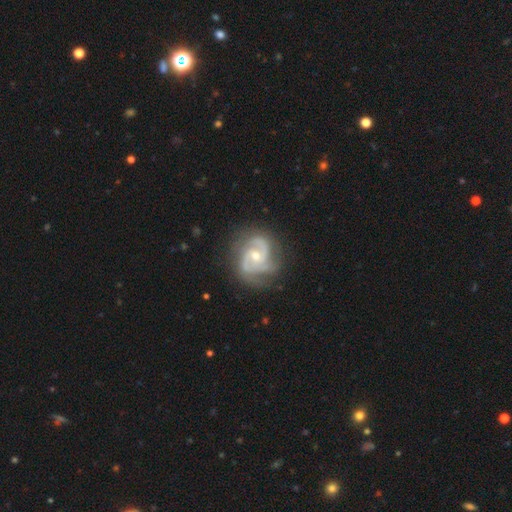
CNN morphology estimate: Overall: featured or disk (90%). Edge-on disk: no (98%). Bar: no (60%; weak 31%). Spiral arms: yes (98%). Spiral arm count: 2 (49%; 3 33%). Spiral winding: medium (51%; tight 38%). Bulge size: moderate (50%; small 47%). Merging: none (73%).